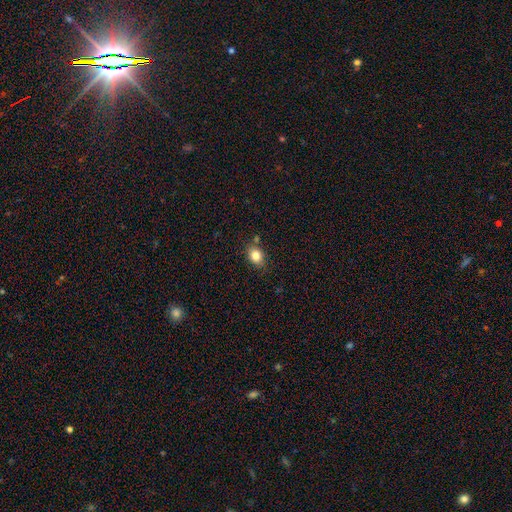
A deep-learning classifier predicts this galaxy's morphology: smooth_or_featured: smooth (p=0.82) [alt: star or artifact p=0.10]
how_rounded: in between (p=0.58) [alt: round p=0.41]
merging: none (p=0.73) [alt: minor disturbance p=0.16]